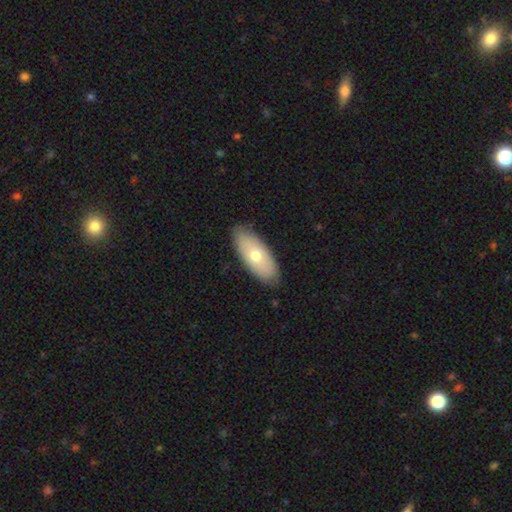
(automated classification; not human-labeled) A smooth galaxy with no disk features (64%) that is in between round and cigar-shaped (85%). Merging: none (85%).